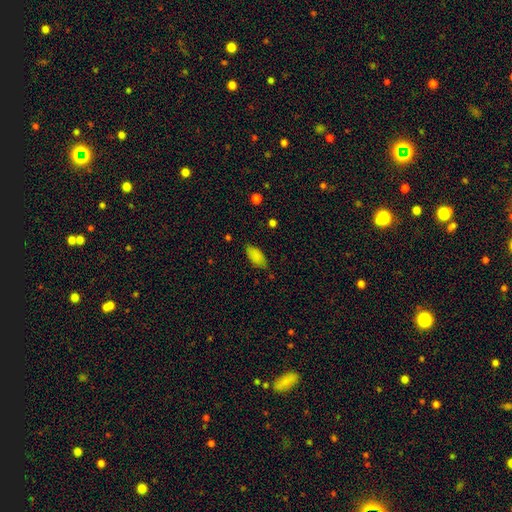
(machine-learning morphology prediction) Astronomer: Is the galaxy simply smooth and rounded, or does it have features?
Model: smooth — 86%.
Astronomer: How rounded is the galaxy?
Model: in between — 91%.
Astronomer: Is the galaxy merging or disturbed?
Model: none — 76%.